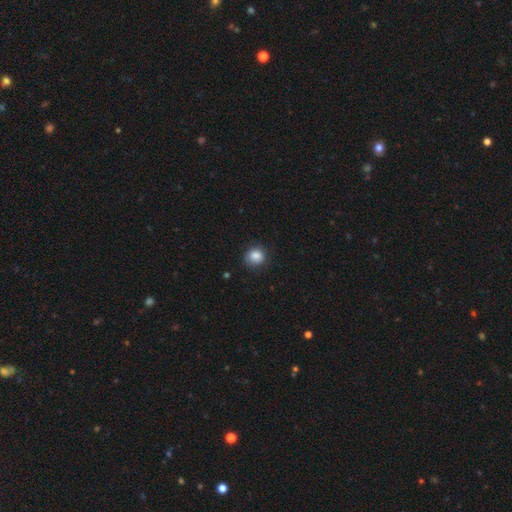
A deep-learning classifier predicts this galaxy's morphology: This appears to be a smooth galaxy with no disk features (85%) that is round (82%). Merging: none (78%).